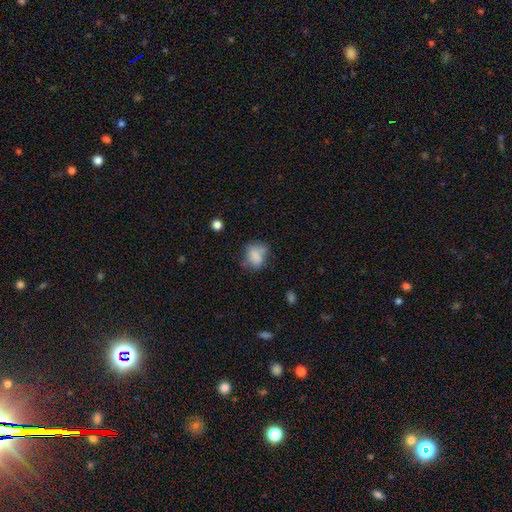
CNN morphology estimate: Smooth or featured? Predicted: smooth (p=0.76). How rounded? Predicted: in between (p=0.67). Merging? Predicted: none (p=0.41).